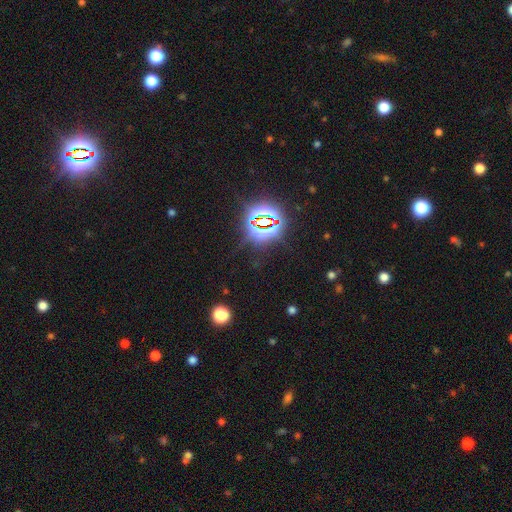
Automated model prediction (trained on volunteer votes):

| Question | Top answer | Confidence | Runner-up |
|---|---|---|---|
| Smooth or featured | star or artifact | 82% | smooth (11%) |